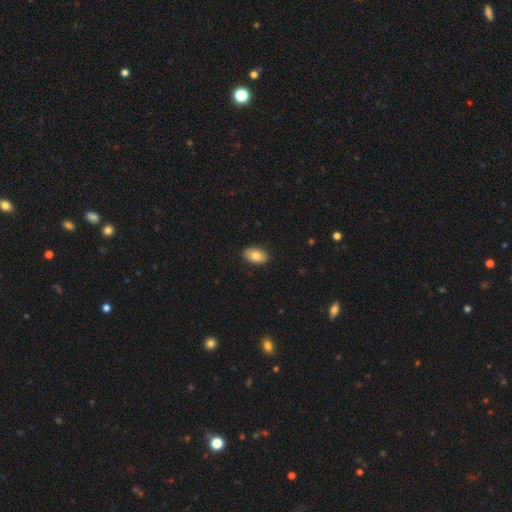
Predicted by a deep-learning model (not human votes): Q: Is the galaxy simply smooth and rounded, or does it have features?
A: smooth — 80%.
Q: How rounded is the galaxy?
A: in between — 91%.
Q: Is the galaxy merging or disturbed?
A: none — 89%.